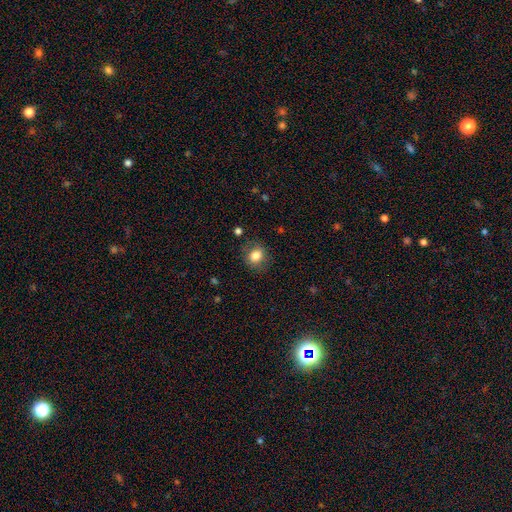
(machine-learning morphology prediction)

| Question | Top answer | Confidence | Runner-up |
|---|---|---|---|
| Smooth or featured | smooth | 81% | star or artifact (10%) |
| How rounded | round | 70% | in between (29%) |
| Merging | none | 82% | minor disturbance (13%) |